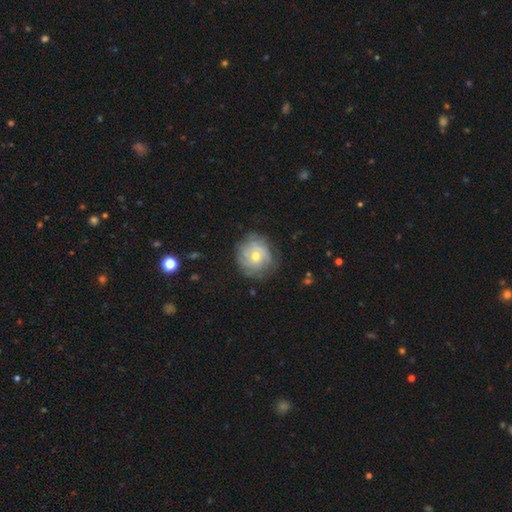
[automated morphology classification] featured or disk 74%, smooth 18%, star or artifact 8%. Down the decision tree: edge-on disk — no (97%); bar — no (78%); spiral arms — yes (90%); spiral arm count — can't tell (43%); spiral winding — tight (71%); bulge size — moderate (65%); merging — none (79%).